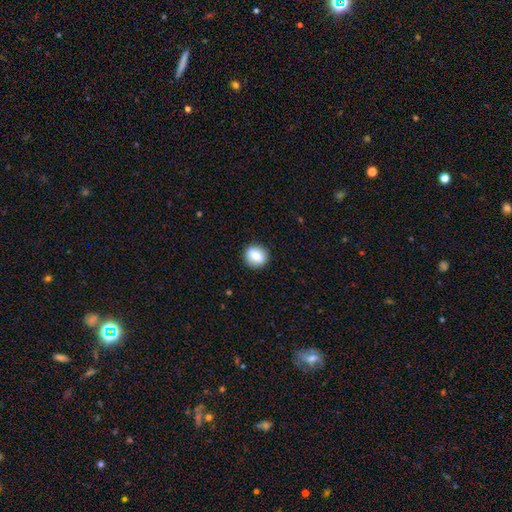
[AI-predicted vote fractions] Q: Smooth or featured?
A: smooth (81%); runner-up: featured or disk (11%)
Q: How rounded?
A: round (72%); runner-up: in between (26%)
Q: Merging?
A: none (89%); runner-up: minor disturbance (8%)